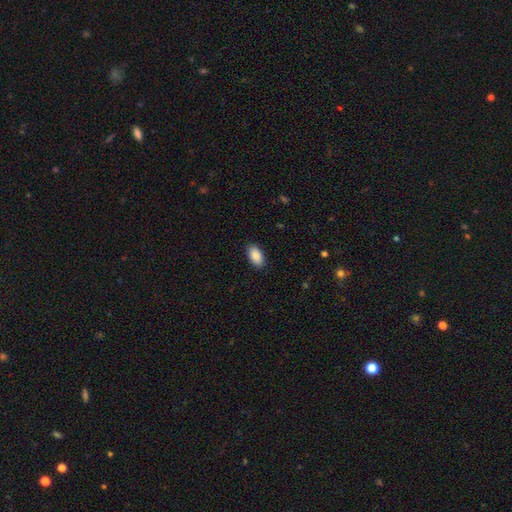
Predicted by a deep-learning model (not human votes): smooth-or-featured: smooth: 90% | star or artifact: 7% | featured or disk: 3%
  how-rounded: in between: 95% | round: 3% | cigar-shaped: 2%
  merging: none: 89% | minor disturbance: 8% | major disturbance: 2% | merger: 1%